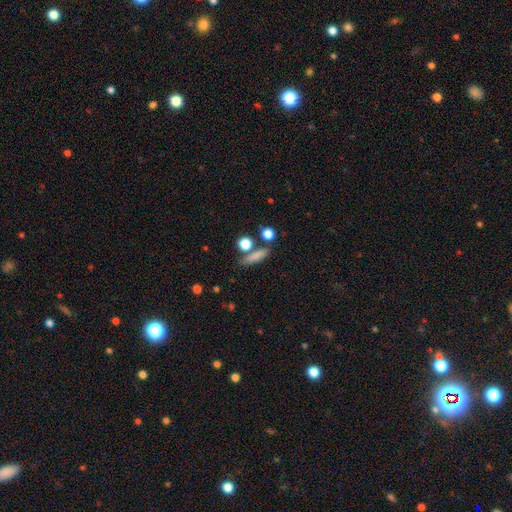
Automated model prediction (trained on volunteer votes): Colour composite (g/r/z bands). It shows a smooth galaxy with no disk features (78%) that is cigar-shaped (63%). Merging: none (72%).